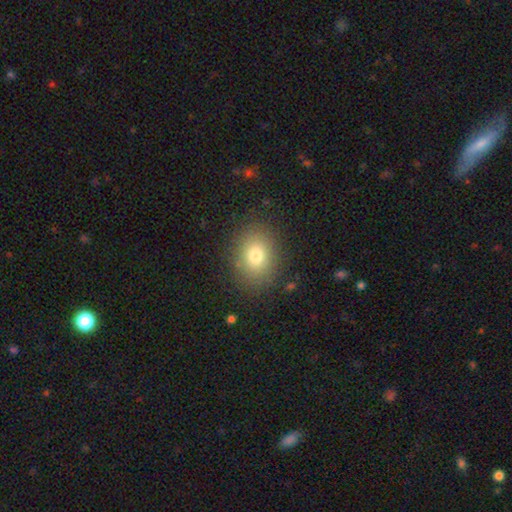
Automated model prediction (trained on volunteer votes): Smooth or featured: smooth — 78% (star or artifact — 12%)
How rounded: round — 50% (in between — 49%)
Merging: none — 86% (minor disturbance — 9%)